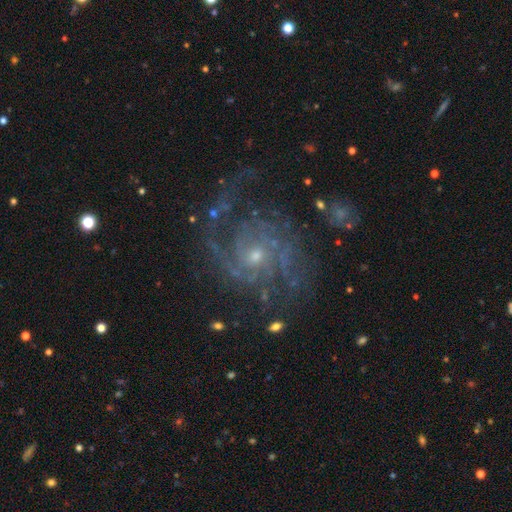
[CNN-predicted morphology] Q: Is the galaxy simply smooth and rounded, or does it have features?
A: featured or disk — 85%.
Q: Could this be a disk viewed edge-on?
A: no — 98%.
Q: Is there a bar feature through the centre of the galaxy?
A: no — 68%.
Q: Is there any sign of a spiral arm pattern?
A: yes — 97%.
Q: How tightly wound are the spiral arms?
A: medium — 46%.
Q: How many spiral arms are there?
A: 2 — 48%.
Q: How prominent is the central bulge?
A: small — 69%.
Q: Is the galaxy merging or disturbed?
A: none — 70%.